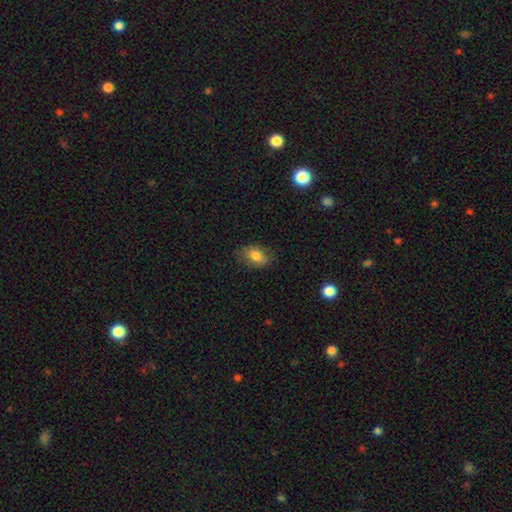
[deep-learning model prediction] Smooth or featured? Predicted: smooth (p=0.79). How rounded? Predicted: in between (p=0.83). Merging? Predicted: none (p=0.75).